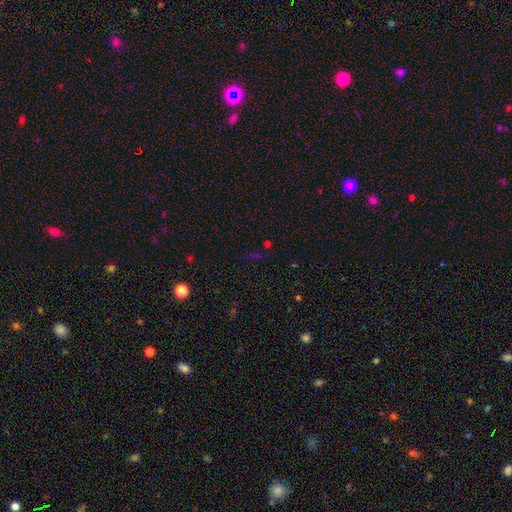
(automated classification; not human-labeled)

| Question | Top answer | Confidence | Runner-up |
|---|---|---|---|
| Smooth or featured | star or artifact | 63% | smooth (28%) |